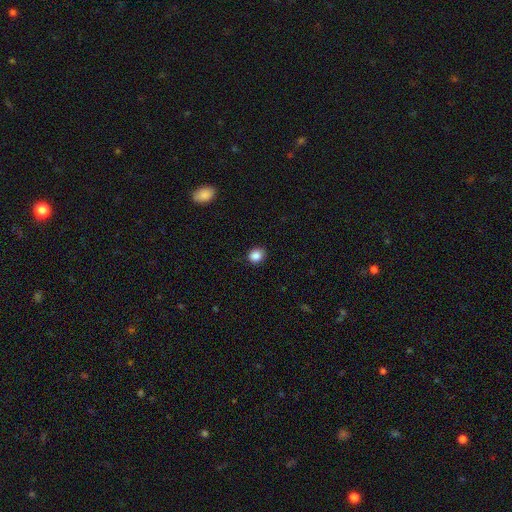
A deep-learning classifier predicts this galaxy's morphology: Overall: smooth (87%). How rounded: round (69%; in between 30%). Merging: none (87%).